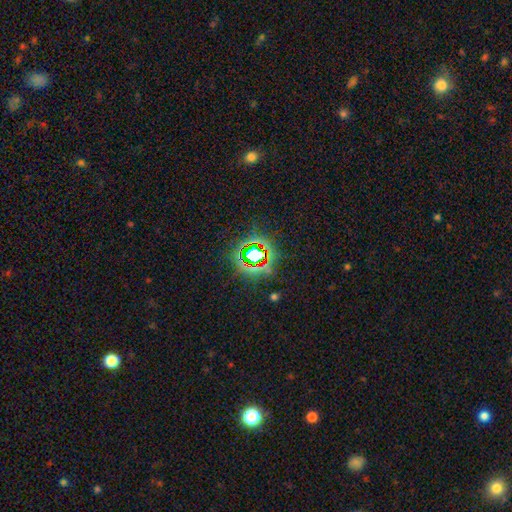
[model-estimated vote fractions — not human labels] smooth_or_featured: star or artifact (p=0.74) [alt: smooth p=0.16]